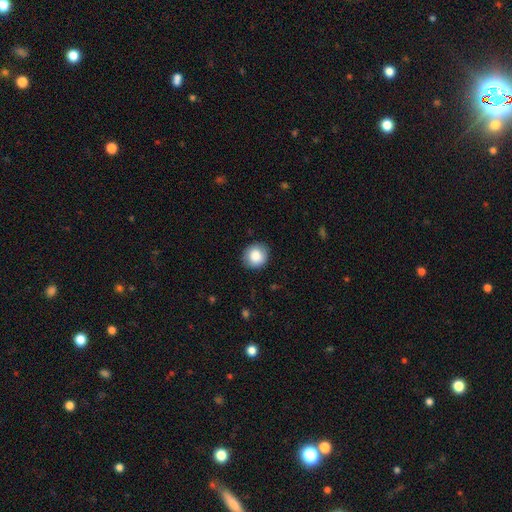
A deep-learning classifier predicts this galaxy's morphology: Smooth or featured?
  - smooth: 85% *
  - star or artifact: 8%
  - featured or disk: 8%
How rounded?
  - round: 84% *
  - in between: 15%
  - cigar-shaped: 1%
Merging?
  - none: 86% *
  - minor disturbance: 11%
  - major disturbance: 2%
  - merger: 1%